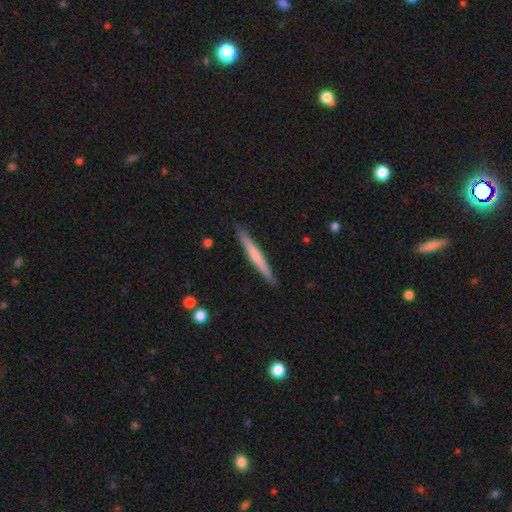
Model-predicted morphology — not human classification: Smooth or featured?
  - smooth: 54% *
  - featured or disk: 41%
  - star or artifact: 5%
How rounded?
  - cigar-shaped: 96% *
  - in between: 2%
  - round: 1%
Merging?
  - none: 91% *
  - minor disturbance: 6%
  - major disturbance: 1%
  - merger: 1%